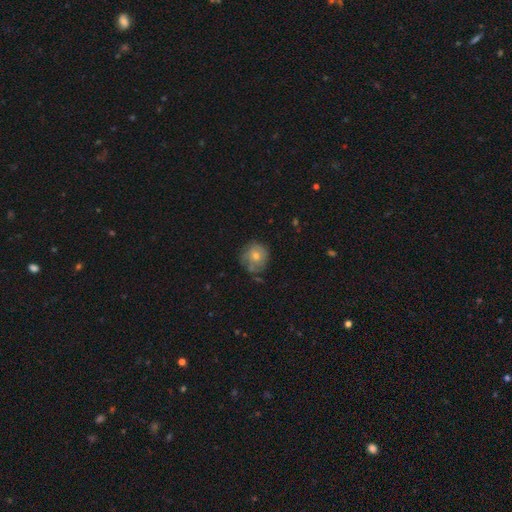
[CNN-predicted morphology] A smooth galaxy with no disk features (56%) that is round (87%). Merging: none (68%).